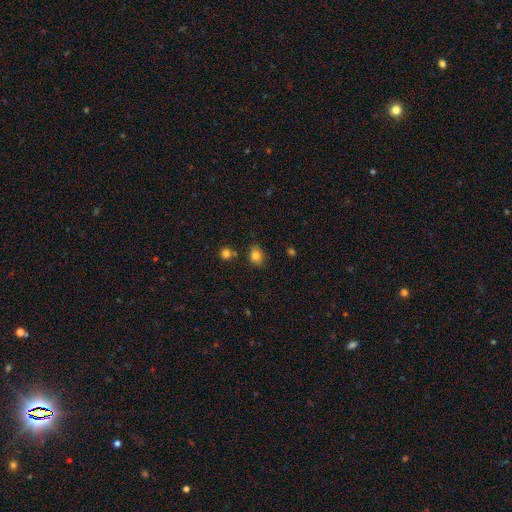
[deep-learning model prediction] smooth 81%, star or artifact 12%, featured or disk 7%. Down the decision tree: how rounded — in between (50%); merging — none (76%).